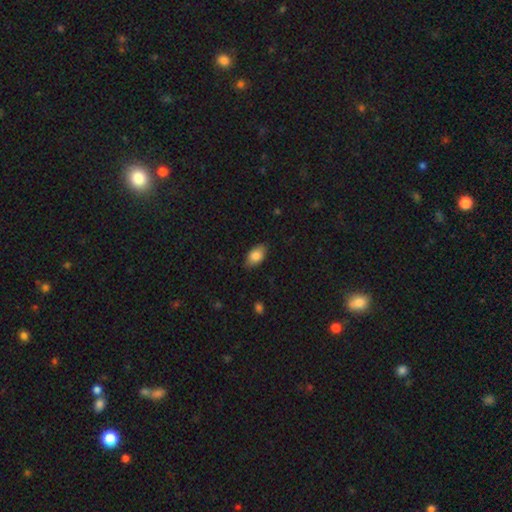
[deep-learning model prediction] A smooth galaxy with no disk features (83%) that is in between round and cigar-shaped (91%).

Vote fractions:
- Smooth or featured? smooth: 83% / featured or disk: 10% / star or artifact: 7%
- How rounded? in between: 91% / round: 6% / cigar-shaped: 3%
- Merging? none: 85% / minor disturbance: 12% / major disturbance: 3% / merger: 1%